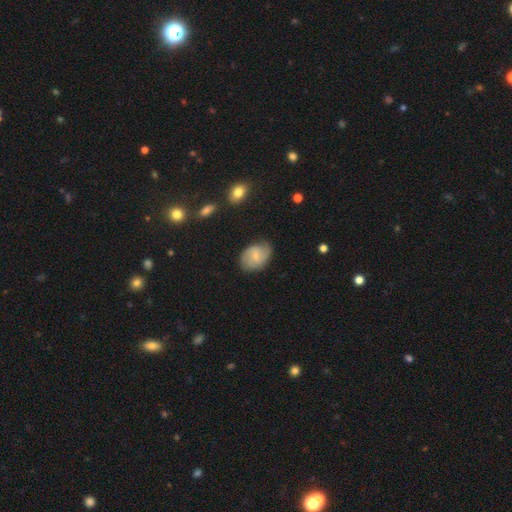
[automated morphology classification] This appears to be a featured or disk galaxy (49%). Merging: none (75%).